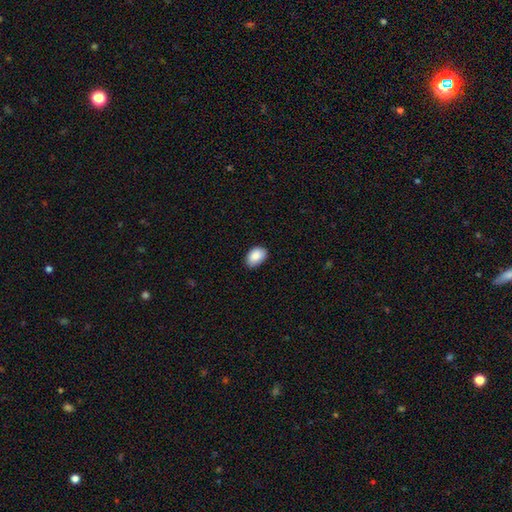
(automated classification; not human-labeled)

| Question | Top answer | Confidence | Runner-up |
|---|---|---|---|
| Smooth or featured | smooth | 88% | star or artifact (7%) |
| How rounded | in between | 84% | round (15%) |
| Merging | none | 83% | minor disturbance (14%) |